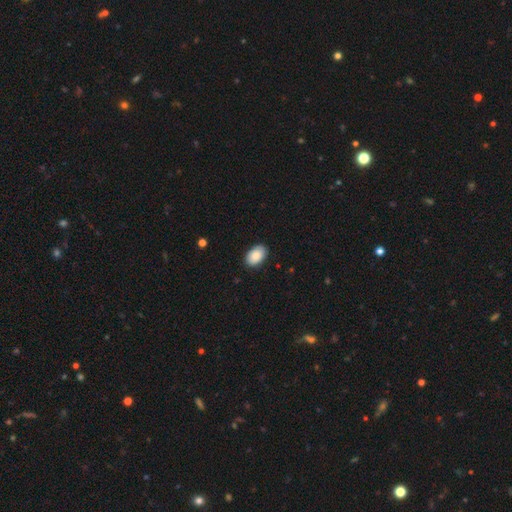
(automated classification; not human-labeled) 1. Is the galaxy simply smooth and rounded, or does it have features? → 87% smooth, 7% featured or disk, 6% star or artifact.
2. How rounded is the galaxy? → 90% in between, 9% round, 1% cigar-shaped.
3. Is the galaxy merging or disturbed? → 86% none, 11% minor disturbance, 2% major disturbance, 1% merger.